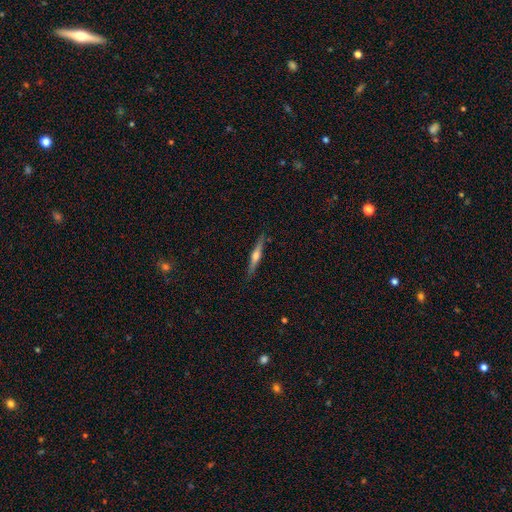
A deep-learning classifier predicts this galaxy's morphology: Overall: featured or disk (63%; smooth 31%). Edge-on disk: yes (97%). Edge-on bulge: rounded (87%). Merging: none (89%).